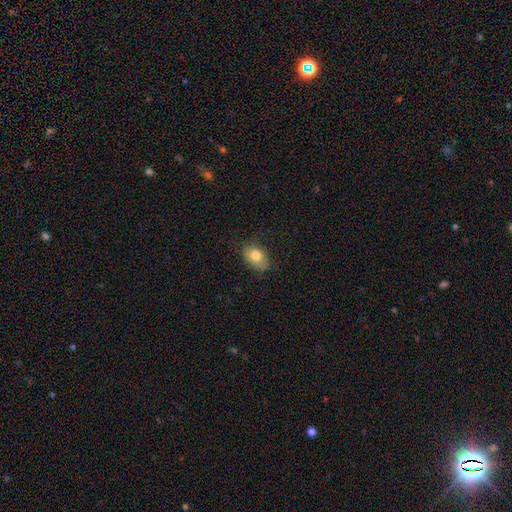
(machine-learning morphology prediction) This is clearly a smooth galaxy (80%). How rounded: likely in between (79%). Merging: likely none (70%).